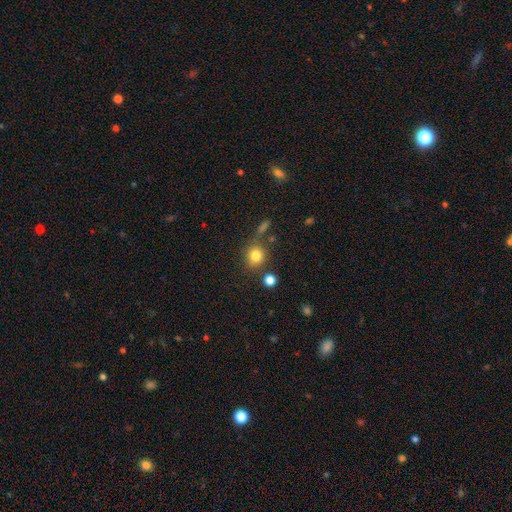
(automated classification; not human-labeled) Q: Smooth or featured?
A: smooth (80%); runner-up: star or artifact (12%)
Q: How rounded?
A: round (81%); runner-up: in between (18%)
Q: Merging?
A: none (72%); runner-up: minor disturbance (13%)